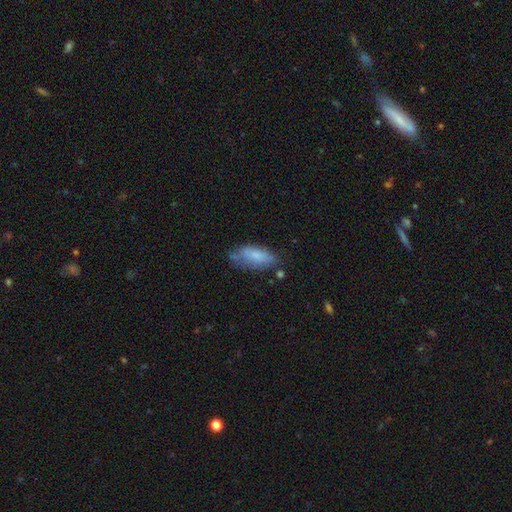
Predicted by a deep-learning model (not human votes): This is likely a smooth galaxy (75%). How rounded: likely in between (79%). Merging: possibly none (53%).